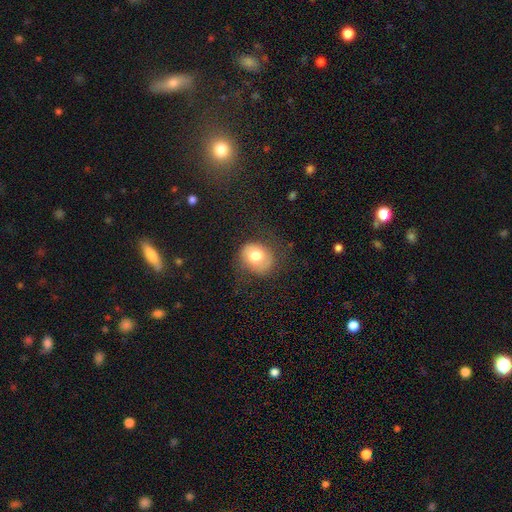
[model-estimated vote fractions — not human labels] A smooth galaxy with no disk features (67%) that is round (58%).

Vote fractions:
- Smooth or featured? smooth: 67% / featured or disk: 24% / star or artifact: 9%
- How rounded? round: 58% / in between: 41% / cigar-shaped: 1%
- Merging? none: 67% / minor disturbance: 20% / major disturbance: 12% / merger: 1%